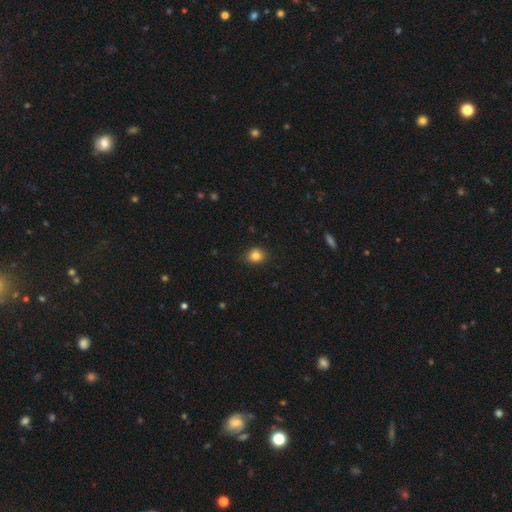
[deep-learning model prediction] smooth-or-featured: smooth: 84% | star or artifact: 11% | featured or disk: 5%
  how-rounded: round: 70% | in between: 29% | cigar-shaped: 1%
  merging: none: 84% | minor disturbance: 13% | major disturbance: 2% | merger: 1%